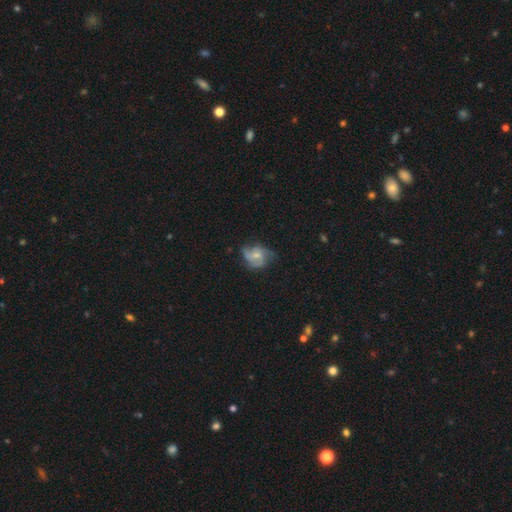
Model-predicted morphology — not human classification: Q: Smooth or featured?
A: featured or disk (57%); runner-up: smooth (34%)
Q: Edge-on disk?
A: no (97%); runner-up: yes (3%)
Q: Bar?
A: no (64%); runner-up: weak (31%)
Q: Spiral arms?
A: yes (78%); runner-up: no (22%)
Q: Bulge size?
A: moderate (45%); runner-up: small (42%)
Q: Merging?
A: none (49%); runner-up: minor disturbance (29%)